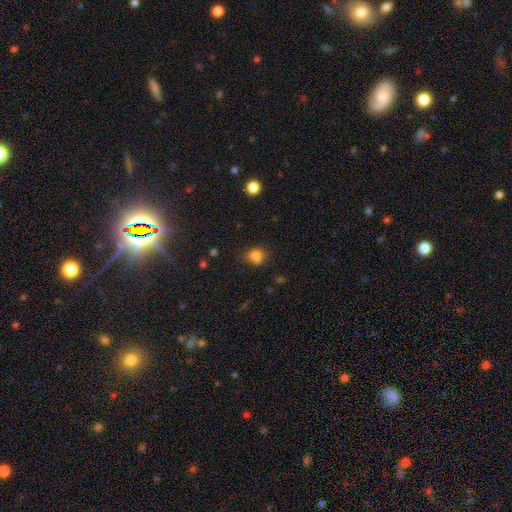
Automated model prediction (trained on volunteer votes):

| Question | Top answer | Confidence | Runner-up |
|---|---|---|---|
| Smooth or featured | smooth | 78% | star or artifact (14%) |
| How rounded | round | 68% | in between (31%) |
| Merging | none | 51% | merger (21%) |